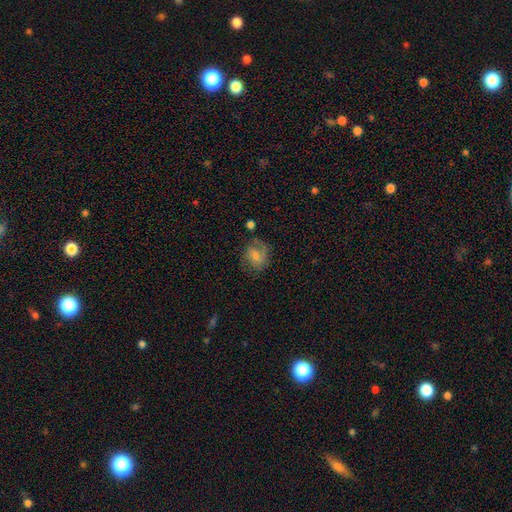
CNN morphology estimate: This is likely a featured or disk galaxy (64%). It is clearly not viewed edge-on (97%). Bar: possibly no (51%). Spiral arm pattern: clearly yes (89%). Spiral arm count: possibly 2 (56%). Spiral winding: marginally medium (45%). Central bulge: possibly small (51%). Merging: likely none (67%).